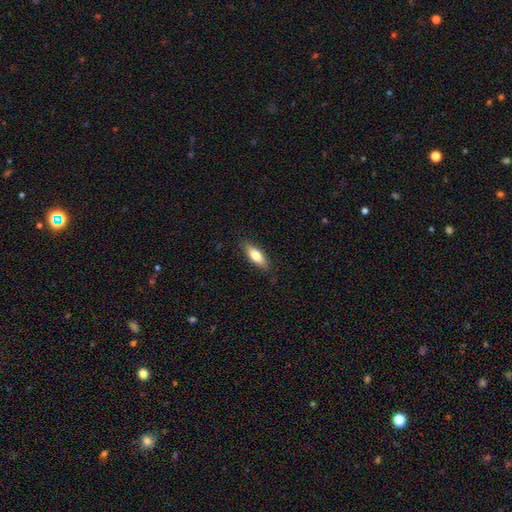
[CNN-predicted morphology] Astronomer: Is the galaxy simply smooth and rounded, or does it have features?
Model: smooth — 71%.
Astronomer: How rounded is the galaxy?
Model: in between — 59% (runner-up: cigar-shaped, 39%).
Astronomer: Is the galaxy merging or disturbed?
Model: none — 85%.